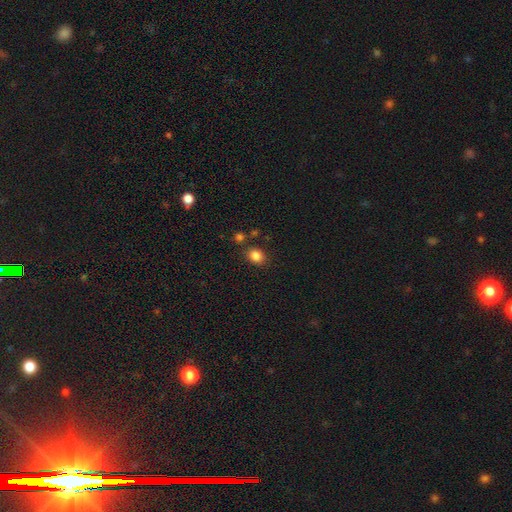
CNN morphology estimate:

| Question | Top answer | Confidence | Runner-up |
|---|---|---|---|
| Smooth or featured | smooth | 84% | star or artifact (11%) |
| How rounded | round | 52% | in between (47%) |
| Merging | none | 80% | minor disturbance (10%) |